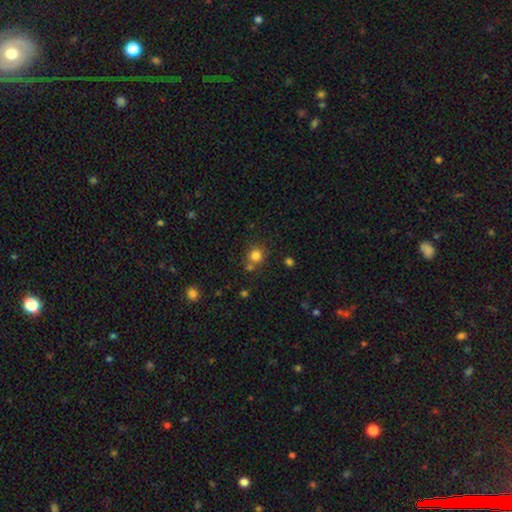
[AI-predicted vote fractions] smooth_or_featured: smooth (p=0.81) [alt: star or artifact p=0.13]
how_rounded: round (p=0.87) [alt: in between p=0.13]
merging: none (p=0.68) [alt: merger p=0.17]